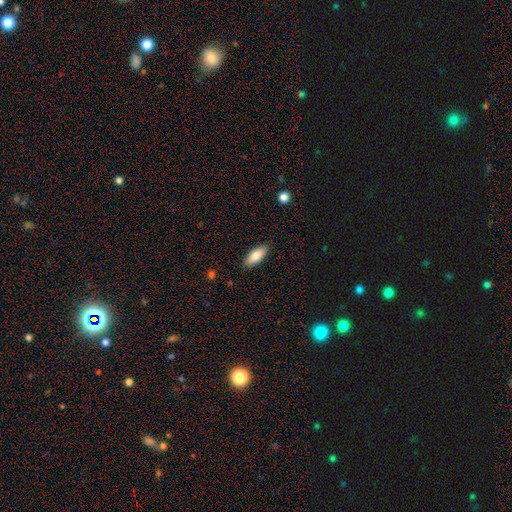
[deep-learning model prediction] Smooth or featured? Predicted: smooth (p=0.81). How rounded? Predicted: in between (p=0.75). Merging? Predicted: none (p=0.87).